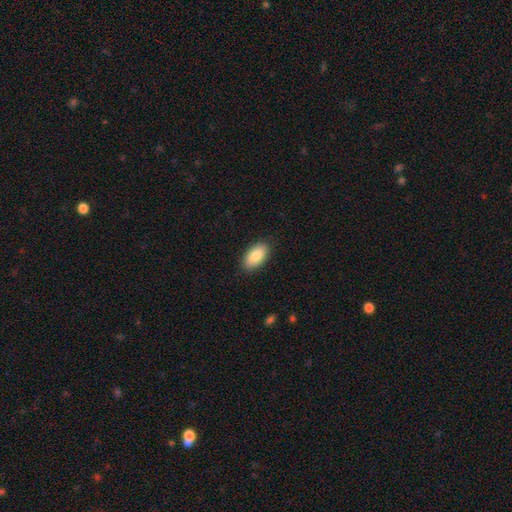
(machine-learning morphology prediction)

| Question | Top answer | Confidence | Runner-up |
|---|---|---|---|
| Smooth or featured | smooth | 86% | featured or disk (8%) |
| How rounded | in between | 94% | round (3%) |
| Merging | none | 88% | minor disturbance (9%) |